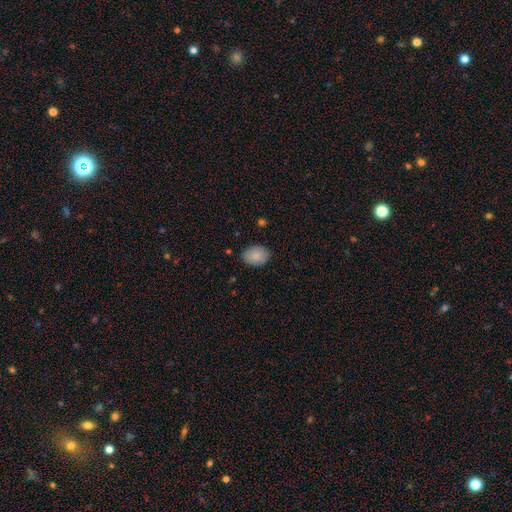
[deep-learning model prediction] Smooth or featured? smooth (88%)
How rounded? in between (73%)
Merging? none (85%)